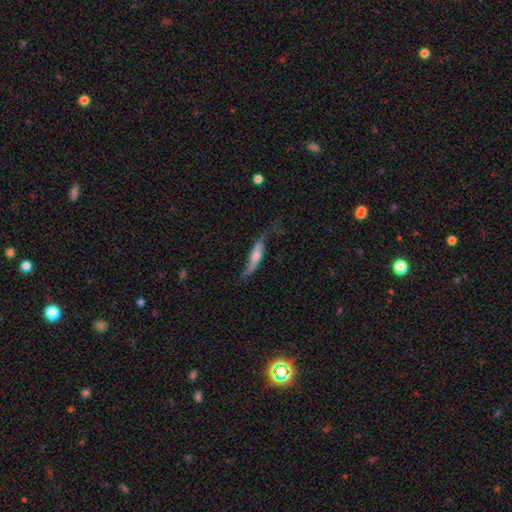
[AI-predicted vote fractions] This appears to be a featured or disk galaxy (69%) viewed edge-on (58%). Merging: none (50%).